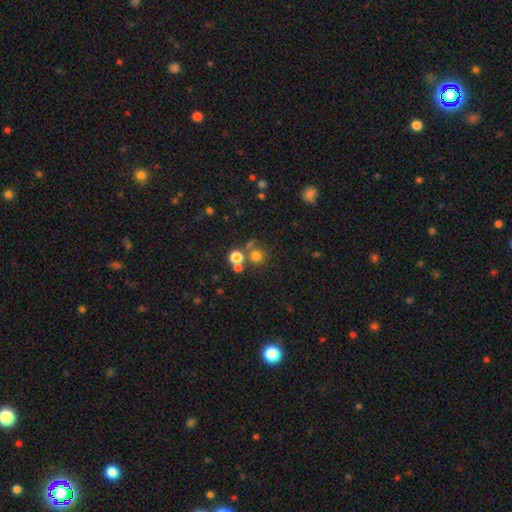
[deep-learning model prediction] Overall: smooth (72%). How rounded: round (91%). Merging: none (65%).